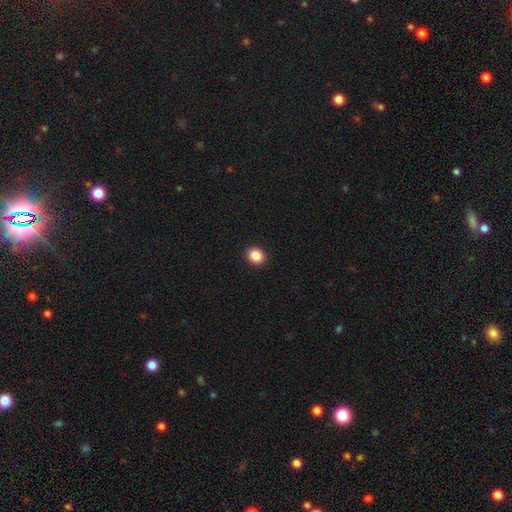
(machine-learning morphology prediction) Smooth or featured?
  - smooth: 87% *
  - star or artifact: 10%
  - featured or disk: 4%
How rounded?
  - round: 69% *
  - in between: 30%
  - cigar-shaped: 1%
Merging?
  - none: 93% *
  - minor disturbance: 5%
  - major disturbance: 2%
  - merger: 1%